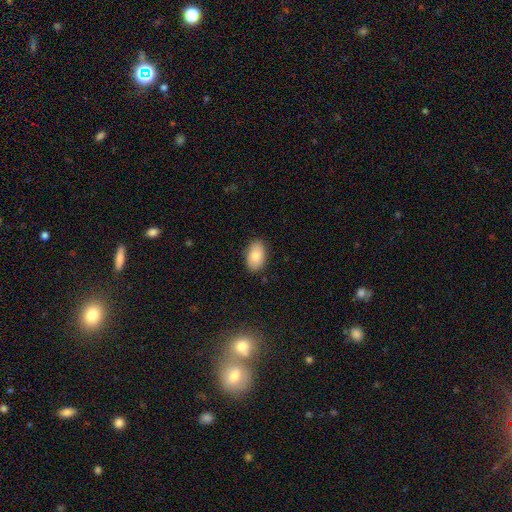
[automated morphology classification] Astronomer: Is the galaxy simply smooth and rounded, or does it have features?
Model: smooth — 83%.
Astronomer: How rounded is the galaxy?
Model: in between — 92%.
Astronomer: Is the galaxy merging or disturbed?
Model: none — 86%.